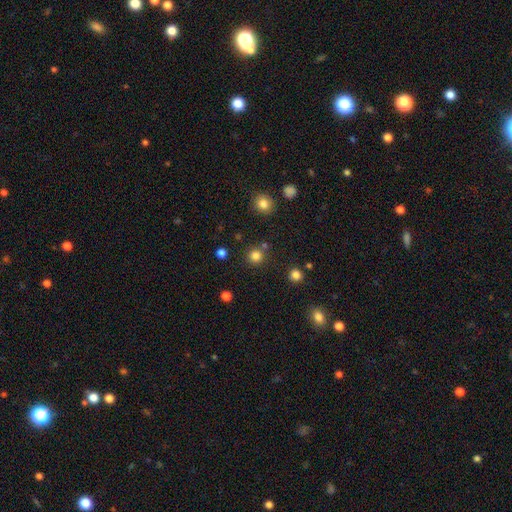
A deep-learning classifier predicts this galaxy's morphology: Smooth or featured? smooth (81%)
How rounded? round (93%)
Merging? none (84%)